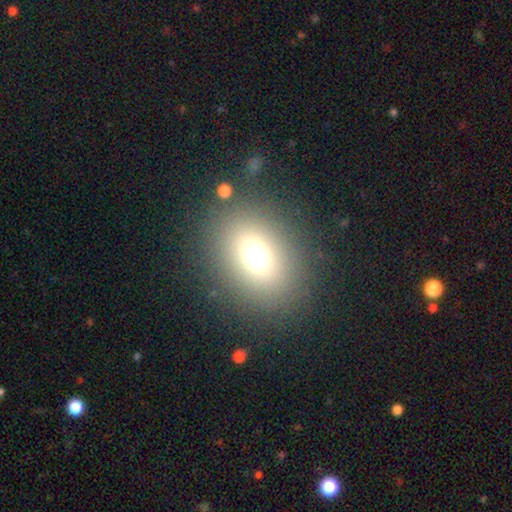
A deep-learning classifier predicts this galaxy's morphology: Smooth or featured?
  - smooth: 68% *
  - star or artifact: 20%
  - featured or disk: 12%
How rounded?
  - in between: 50% *
  - round: 49%
  - cigar-shaped: 1%
Merging?
  - none: 84% *
  - minor disturbance: 8%
  - major disturbance: 5%
  - merger: 3%